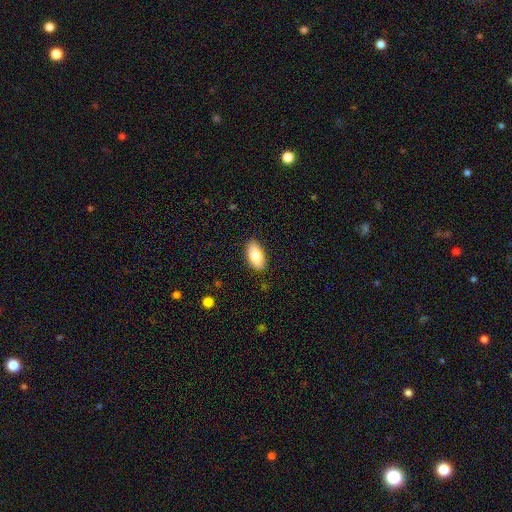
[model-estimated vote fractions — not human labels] This is clearly a smooth galaxy (80%). How rounded: clearly in between (92%). Merging: clearly none (87%).